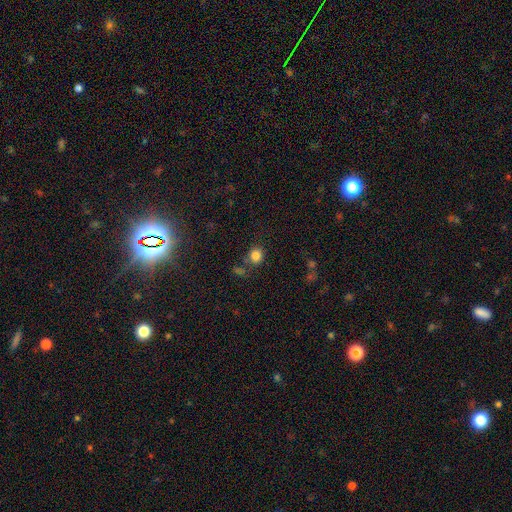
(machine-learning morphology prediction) This is clearly a smooth galaxy (83%). How rounded: clearly round (80%). Merging: likely none (73%).